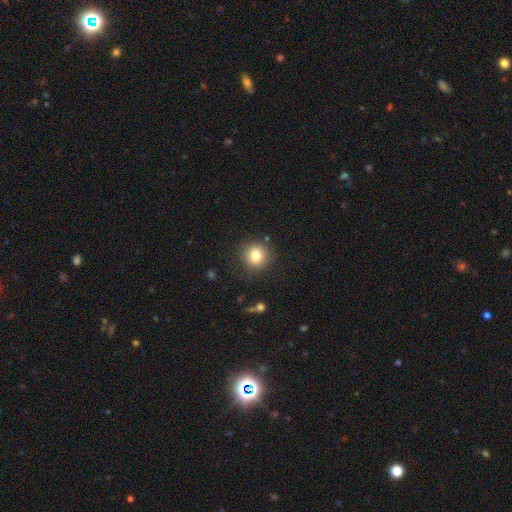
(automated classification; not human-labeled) Morphology: type=smooth (79%); roundness=round (91%); merging=none (87%).